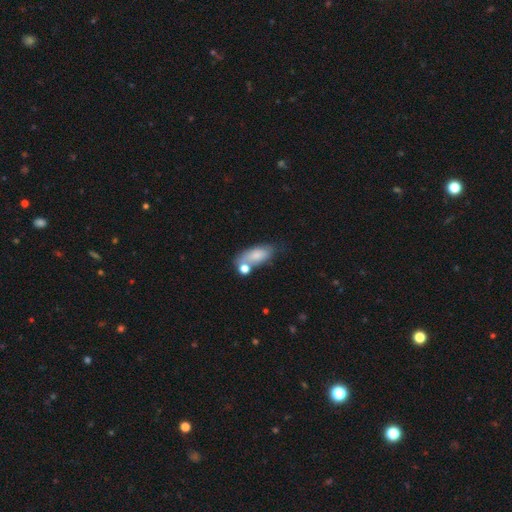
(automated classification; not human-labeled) Smooth or featured? Predicted: smooth (p=0.77). How rounded? Predicted: in between (p=0.84). Merging? Predicted: none (p=0.46).